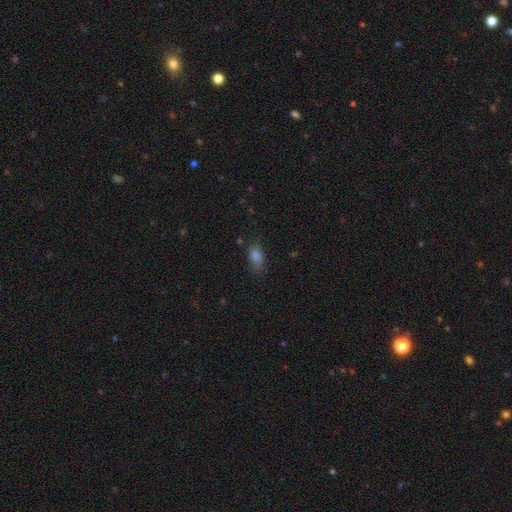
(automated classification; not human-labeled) Smooth or featured? Predicted: smooth (p=0.77). How rounded? Predicted: in between (p=0.83). Merging? Predicted: none (p=0.72).